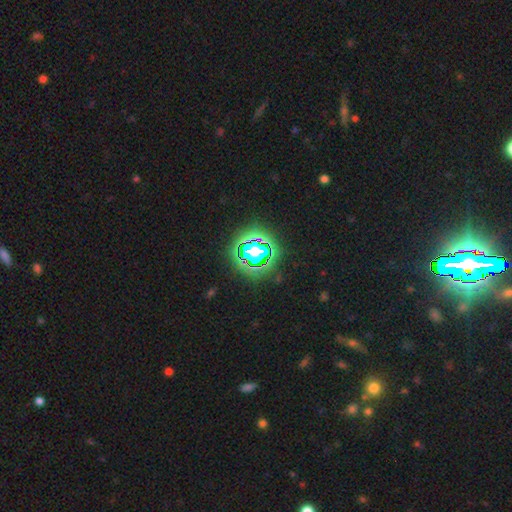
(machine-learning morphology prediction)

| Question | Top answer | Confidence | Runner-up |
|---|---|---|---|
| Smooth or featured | star or artifact | 73% | smooth (17%) |